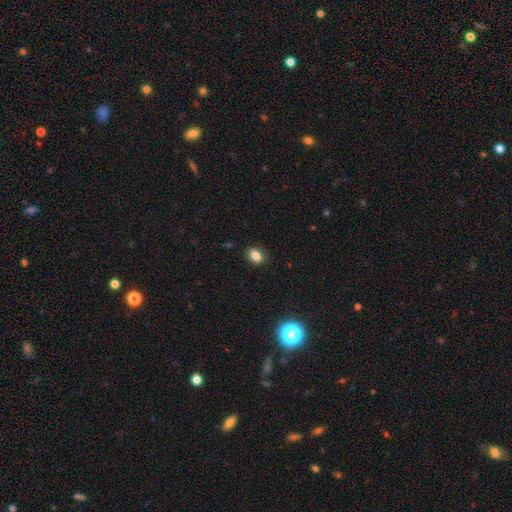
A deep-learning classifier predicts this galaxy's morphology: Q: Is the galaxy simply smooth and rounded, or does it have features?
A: smooth — 82%.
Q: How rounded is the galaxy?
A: in between — 72%.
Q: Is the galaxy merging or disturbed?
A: none — 87%.